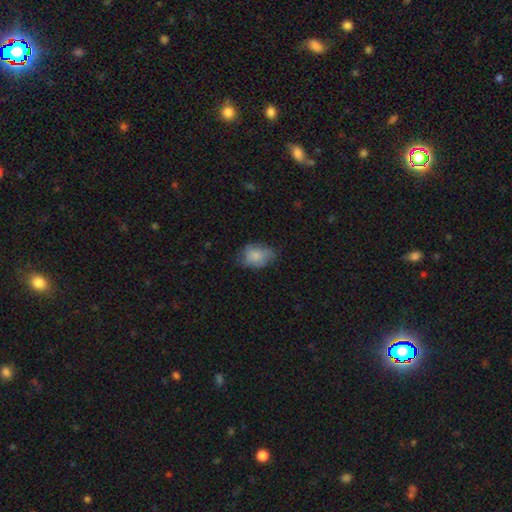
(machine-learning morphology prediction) Overall: smooth (76%). How rounded: in between (72%). Merging: none (52%; minor disturbance 34%).